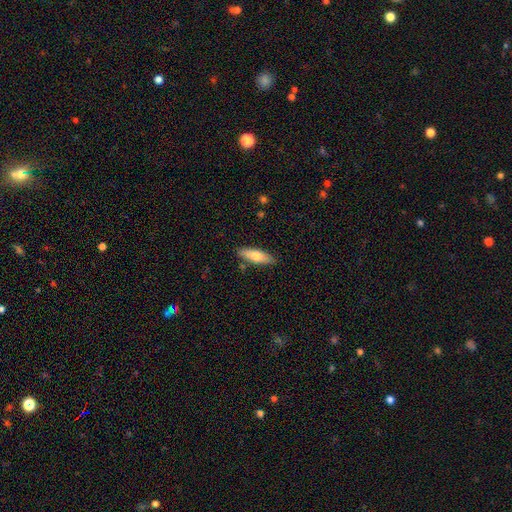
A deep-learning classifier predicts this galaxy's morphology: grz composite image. It shows a smooth galaxy with no disk features (70%) that is in between round and cigar-shaped (50%). Merging: none (82%).